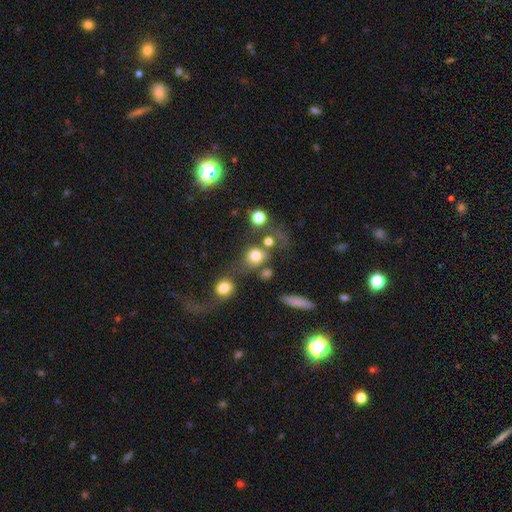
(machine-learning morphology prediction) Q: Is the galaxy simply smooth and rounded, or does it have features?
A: smooth — 77%.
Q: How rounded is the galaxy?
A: round — 71%.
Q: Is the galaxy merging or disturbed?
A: none — 47%.